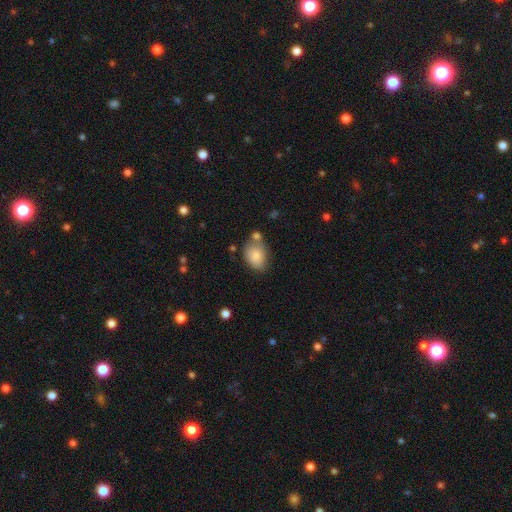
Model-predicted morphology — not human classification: smooth-or-featured: smooth: 82% | featured or disk: 10% | star or artifact: 8%
  how-rounded: in between: 78% | round: 21% | cigar-shaped: 1%
  merging: none: 55% | minor disturbance: 22% | merger: 16% | major disturbance: 6%